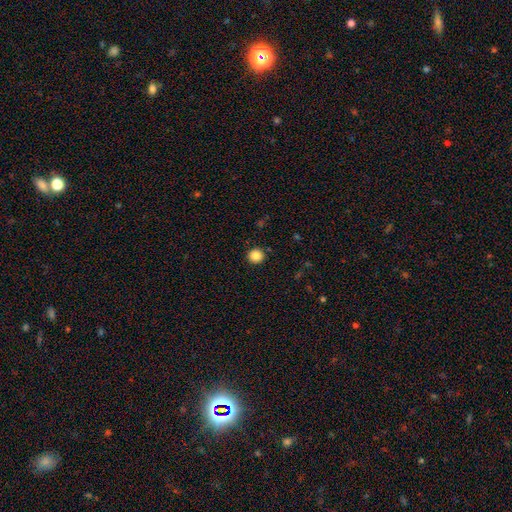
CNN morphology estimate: Smooth or featured?
  - smooth: 87% *
  - star or artifact: 10%
  - featured or disk: 3%
How rounded?
  - round: 93% *
  - in between: 6%
  - cigar-shaped: 1%
Merging?
  - none: 92% *
  - minor disturbance: 5%
  - major disturbance: 2%
  - merger: 1%